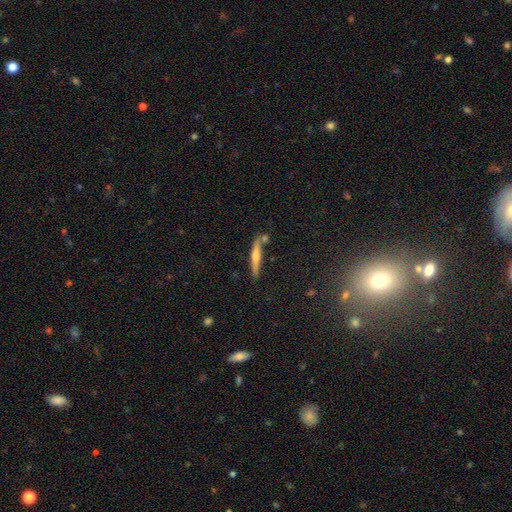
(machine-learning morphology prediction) type=featured or disk (51%); edge-on=yes (95%); merging=none (75%).